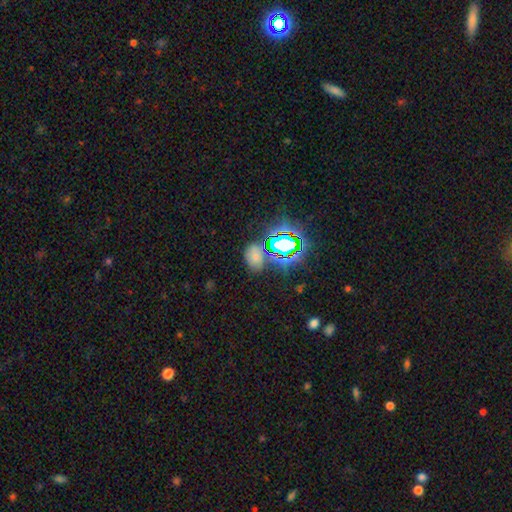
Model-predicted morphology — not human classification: smooth 50%, star or artifact 39%, featured or disk 11%. Down the decision tree: how rounded — in between (69%); merging — none (69%).